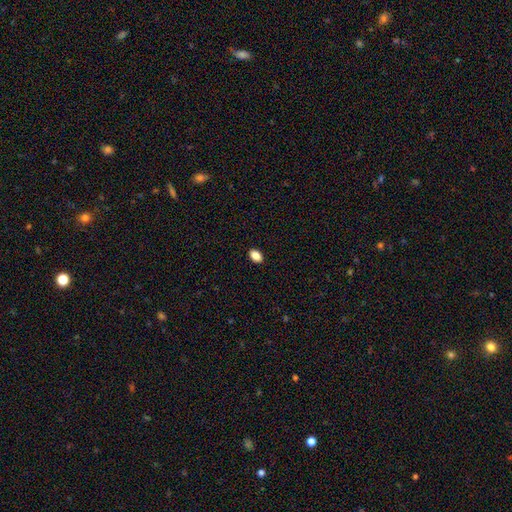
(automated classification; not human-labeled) Overall: smooth (87%). How rounded: in between (87%). Merging: none (90%).